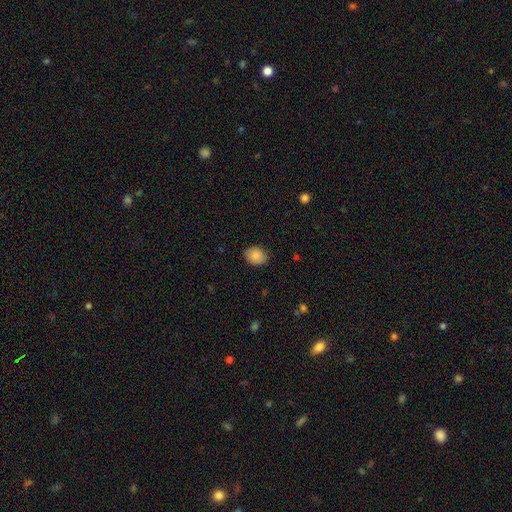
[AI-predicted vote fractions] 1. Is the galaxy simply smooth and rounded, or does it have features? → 88% smooth, 7% star or artifact, 5% featured or disk.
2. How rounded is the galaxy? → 52% in between, 47% round, 1% cigar-shaped.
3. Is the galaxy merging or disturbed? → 84% none, 12% minor disturbance, 3% major disturbance, 1% merger.